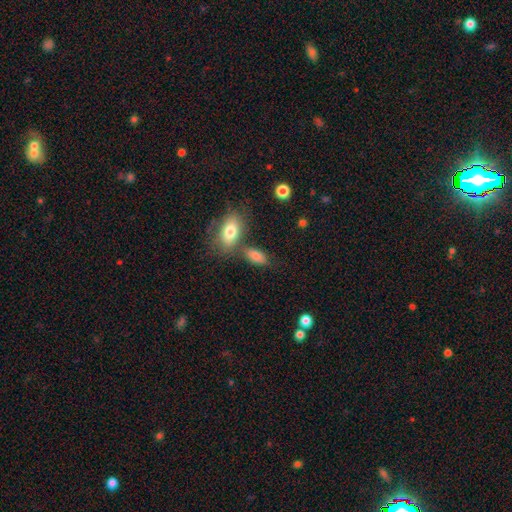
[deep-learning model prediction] smooth 79%, featured or disk 11%, star or artifact 9%. Down the decision tree: how rounded — in between (84%); merging — none (58%).